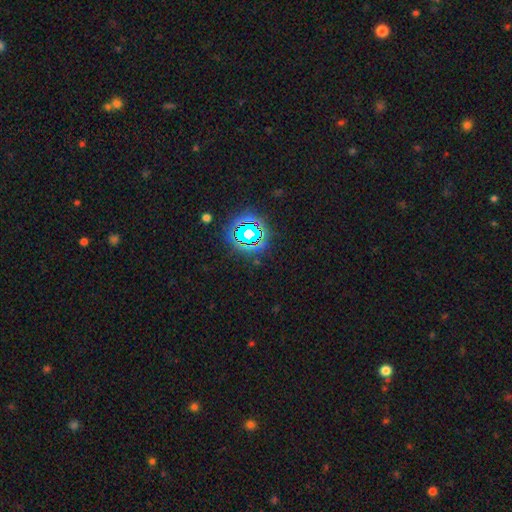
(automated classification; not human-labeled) Overall: star or artifact (81%).